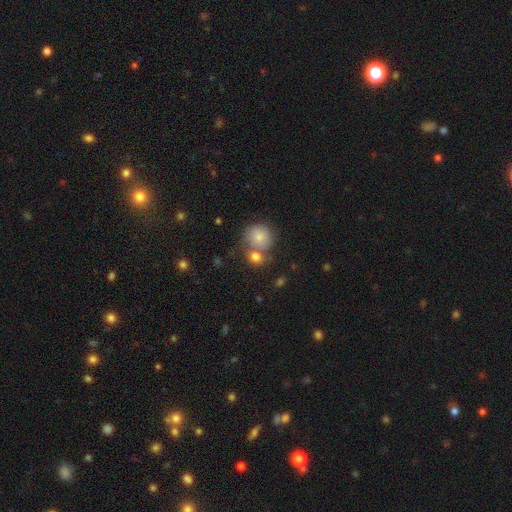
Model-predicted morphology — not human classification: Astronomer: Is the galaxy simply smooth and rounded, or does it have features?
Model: smooth — 66%.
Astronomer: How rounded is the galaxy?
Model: round — 82%.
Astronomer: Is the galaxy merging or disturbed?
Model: none — 57%.